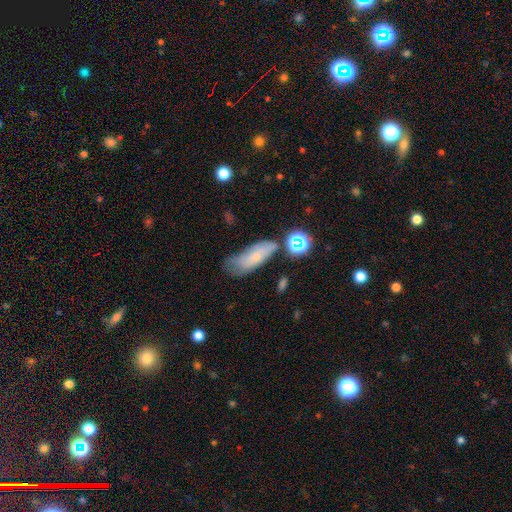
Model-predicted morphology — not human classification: smooth 68%, featured or disk 21%, star or artifact 11%. Down the decision tree: how rounded — in between (70%); merging — none (46%).